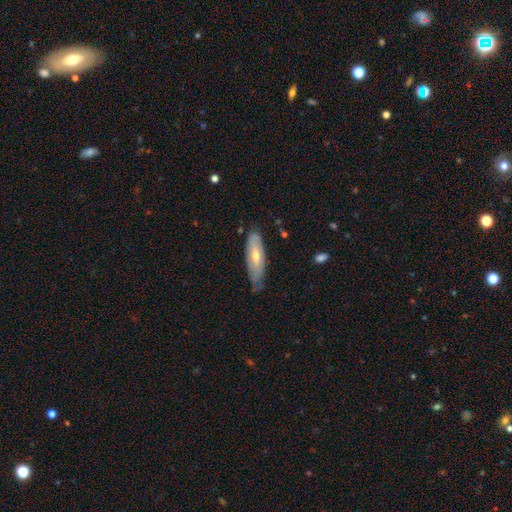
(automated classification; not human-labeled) The model was most divided on "smooth or featured": featured or disk: 50%, smooth: 44%, star or artifact: 6%. More confident: merging — none (60%).